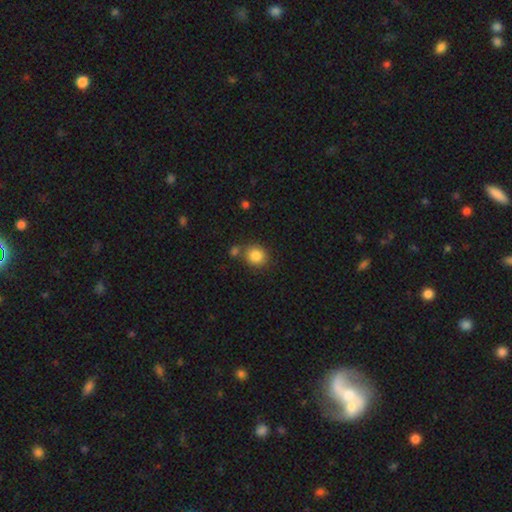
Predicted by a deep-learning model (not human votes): Smooth or featured? smooth (85%)
How rounded? round (80%)
Merging? none (69%)